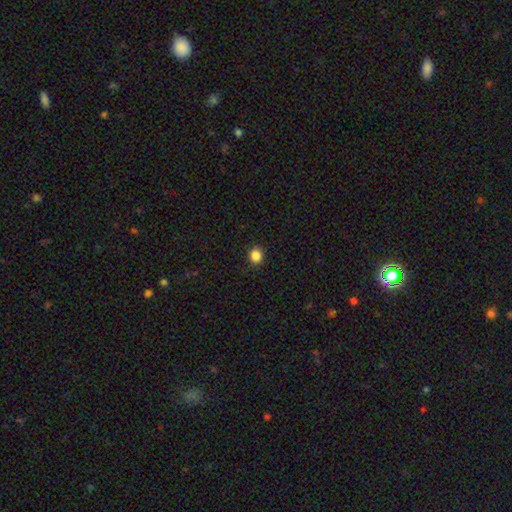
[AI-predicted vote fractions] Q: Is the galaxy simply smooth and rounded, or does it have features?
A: smooth — 86%.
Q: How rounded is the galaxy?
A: round — 75%.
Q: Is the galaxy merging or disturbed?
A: none — 91%.